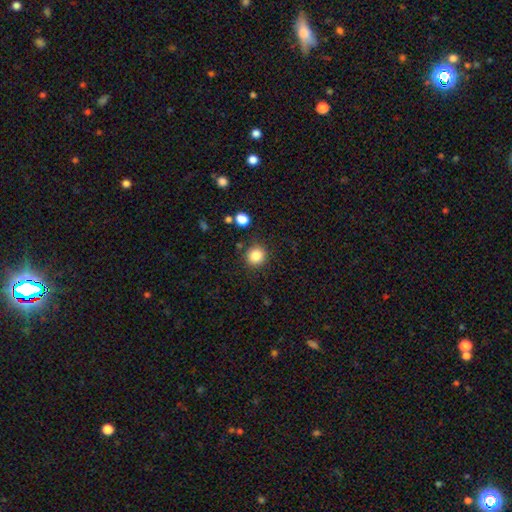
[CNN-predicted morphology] type=smooth (84%); roundness=round (92%); merging=none (87%).